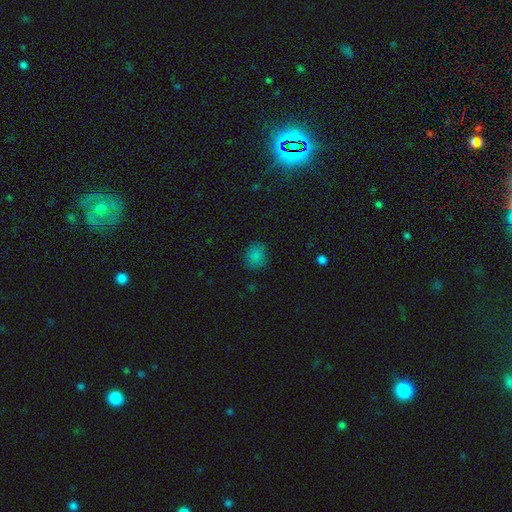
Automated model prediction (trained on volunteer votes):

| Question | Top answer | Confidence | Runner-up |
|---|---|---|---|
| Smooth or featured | smooth | 80% | star or artifact (14%) |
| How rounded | round | 61% | in between (38%) |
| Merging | none | 80% | minor disturbance (15%) |